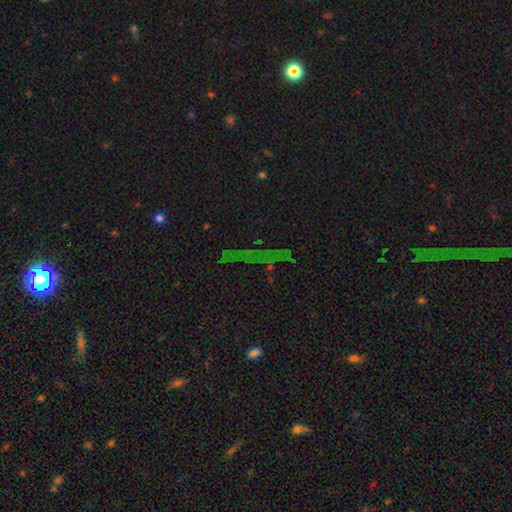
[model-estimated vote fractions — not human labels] Smooth or featured? star or artifact (76%)